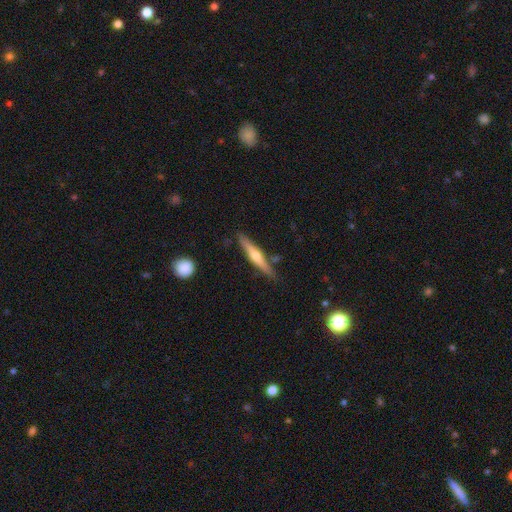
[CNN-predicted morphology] Smooth or featured: featured or disk — 63% (smooth — 31%)
Edge-on disk: yes — 97% (no — 3%)
Edge-on bulge: rounded — 89% (none — 7%)
Merging: none — 84% (minor disturbance — 11%)